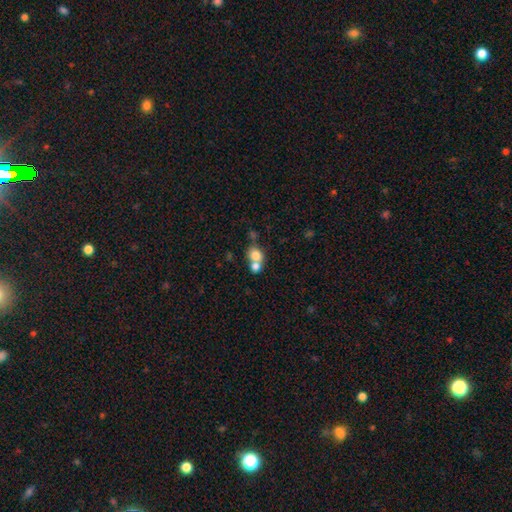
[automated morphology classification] smooth-or-featured: smooth: 76% | featured or disk: 13% | star or artifact: 10%
  how-rounded: round: 69% | in between: 30% | cigar-shaped: 1%
  merging: merger: 56% | none: 34% | minor disturbance: 6% | major disturbance: 3%